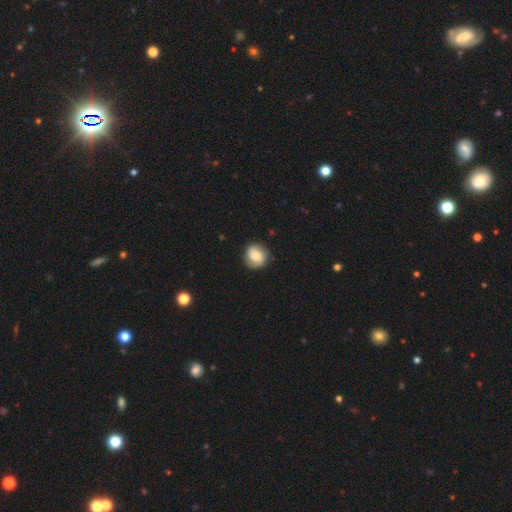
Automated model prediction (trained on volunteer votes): smooth_or_featured: smooth (p=0.59) [alt: featured or disk p=0.33]
how_rounded: round (p=0.84) [alt: in between p=0.15]
merging: none (p=0.83) [alt: minor disturbance p=0.12]